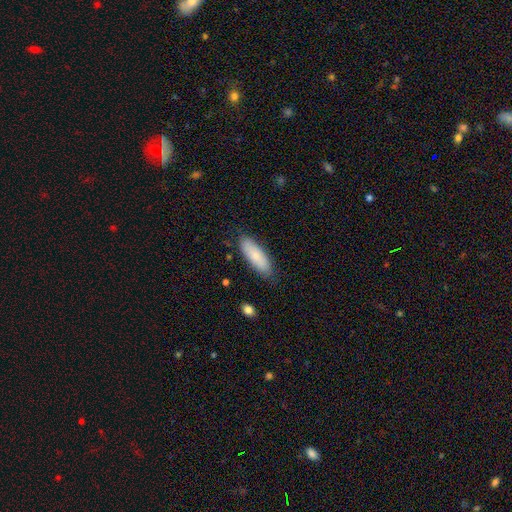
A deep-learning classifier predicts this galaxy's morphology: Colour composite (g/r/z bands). It shows a smooth galaxy with no disk features (78%) that is in between round and cigar-shaped (66%). Merging: none (81%).